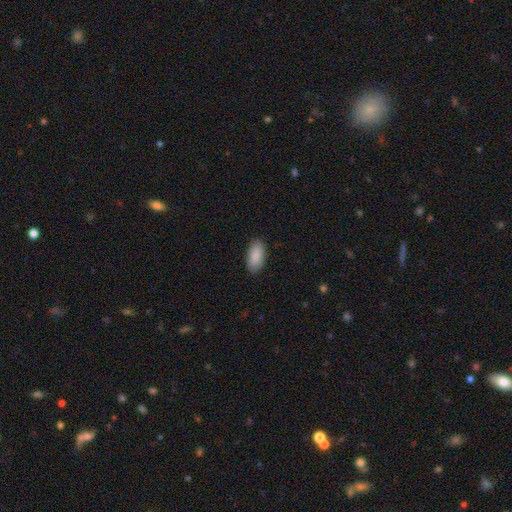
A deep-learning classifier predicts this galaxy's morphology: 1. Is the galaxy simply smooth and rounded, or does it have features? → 90% smooth, 6% star or artifact, 4% featured or disk.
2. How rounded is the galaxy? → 93% in between, 5% cigar-shaped, 2% round.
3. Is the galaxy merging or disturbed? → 89% none, 8% minor disturbance, 2% major disturbance, 1% merger.